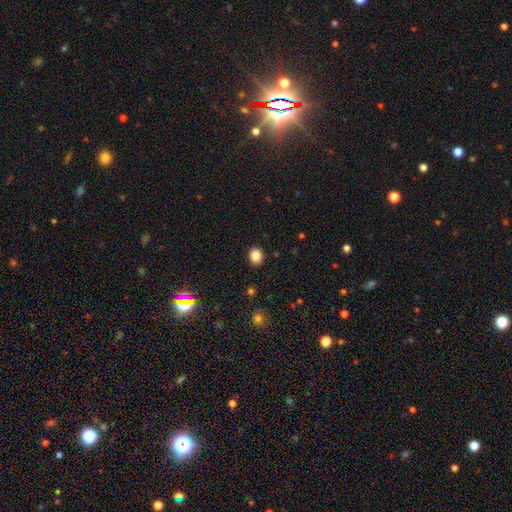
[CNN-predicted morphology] smooth_or_featured: smooth (p=0.84) [alt: star or artifact p=0.11]
how_rounded: round (p=0.78) [alt: in between p=0.21]
merging: none (p=0.92) [alt: minor disturbance p=0.05]